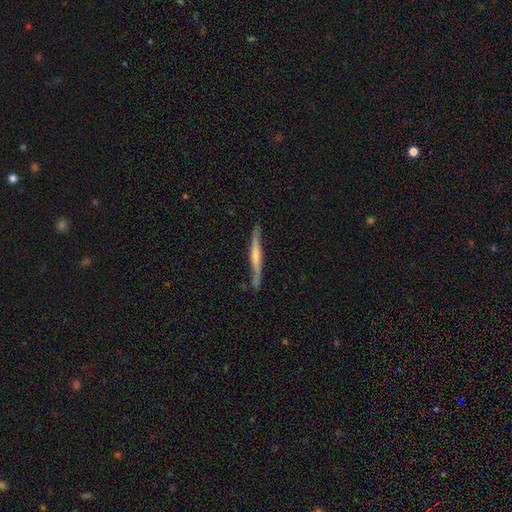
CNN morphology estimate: Overall: featured or disk (57%; smooth 38%). Edge-on disk: yes (94%). Edge-on bulge: none (41%; rounded 37%). Merging: none (80%).